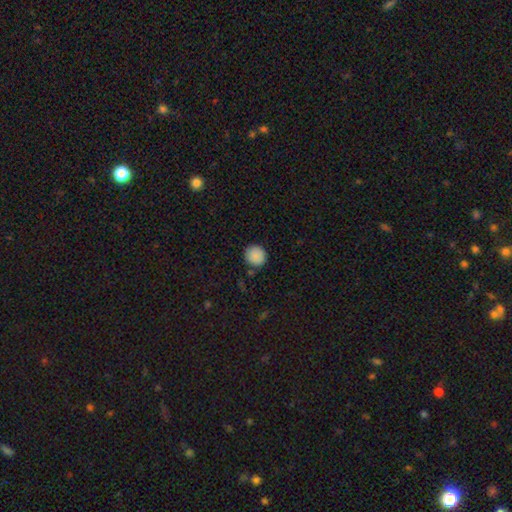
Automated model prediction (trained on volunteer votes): Q: Smooth or featured?
A: smooth (88%); runner-up: star or artifact (9%)
Q: How rounded?
A: round (93%); runner-up: in between (6%)
Q: Merging?
A: none (88%); runner-up: minor disturbance (8%)